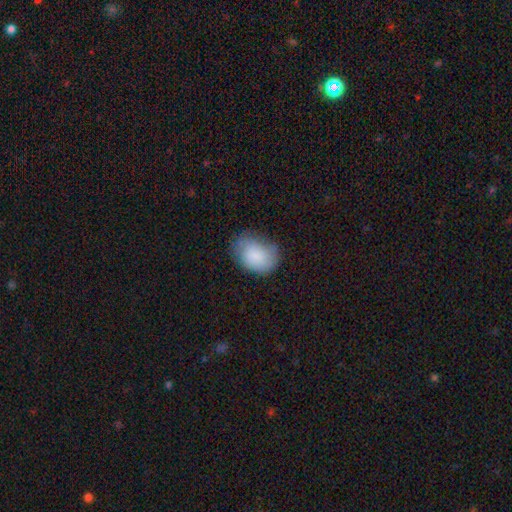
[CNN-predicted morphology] Smooth or featured: smooth — 80% (featured or disk — 13%)
How rounded: in between — 72% (round — 27%)
Merging: none — 56% (minor disturbance — 31%)